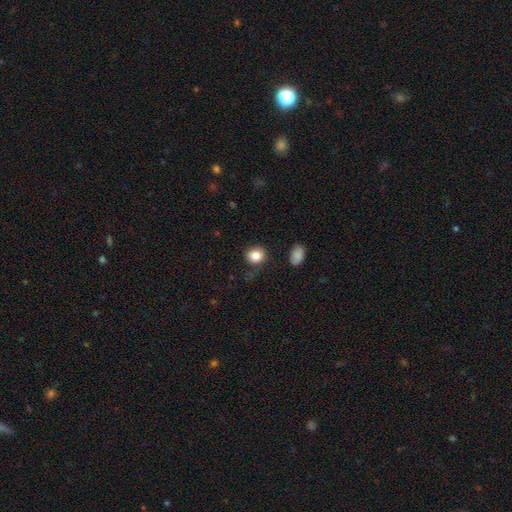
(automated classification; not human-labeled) The model was most divided on "how rounded": round: 75%, in between: 24%, cigar-shaped: 1%. More confident: smooth or featured — smooth (85%); merging — none (77%).